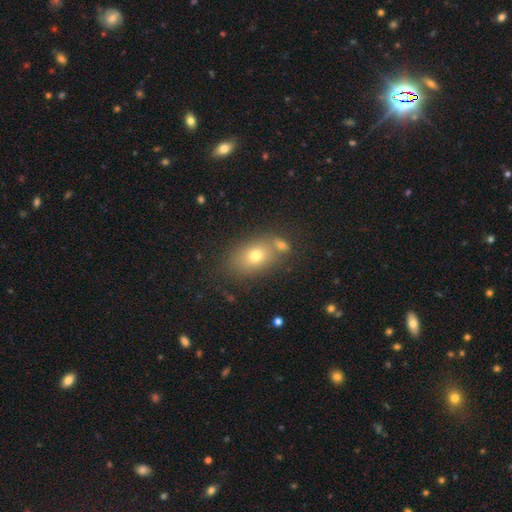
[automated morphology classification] Smooth or featured?
  - smooth: 72% *
  - featured or disk: 15%
  - star or artifact: 13%
How rounded?
  - in between: 78% *
  - round: 20%
  - cigar-shaped: 2%
Merging?
  - none: 63% *
  - merger: 20%
  - minor disturbance: 13%
  - major disturbance: 4%